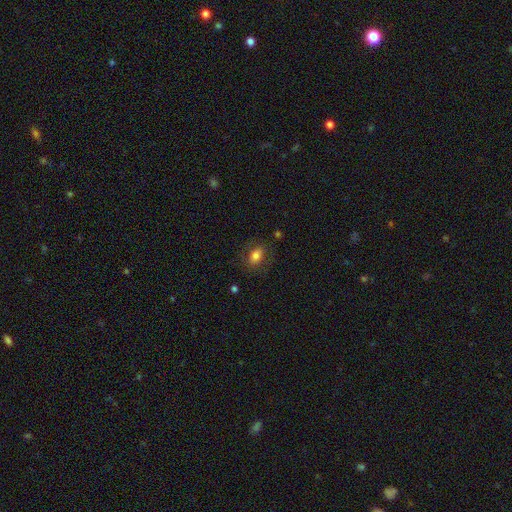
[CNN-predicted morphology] Overall: smooth (76%). How rounded: in between (70%). Merging: none (78%).